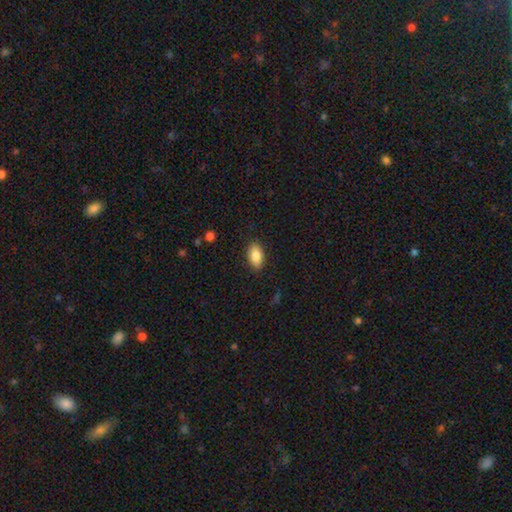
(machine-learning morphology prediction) smooth 86%, star or artifact 7%, featured or disk 6%. Down the decision tree: how rounded — in between (92%); merging — none (87%).